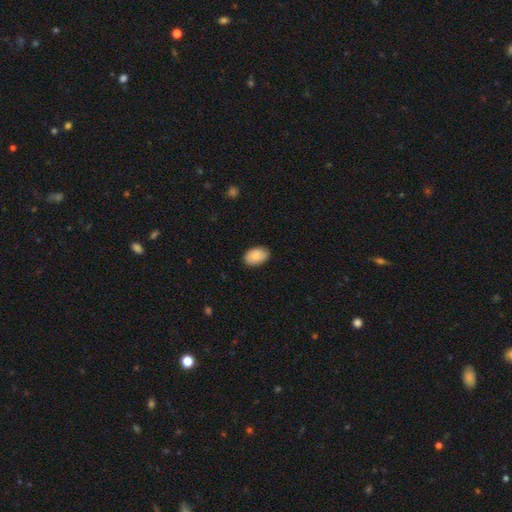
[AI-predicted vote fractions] Overall: smooth (85%). How rounded: in between (89%). Merging: none (85%).